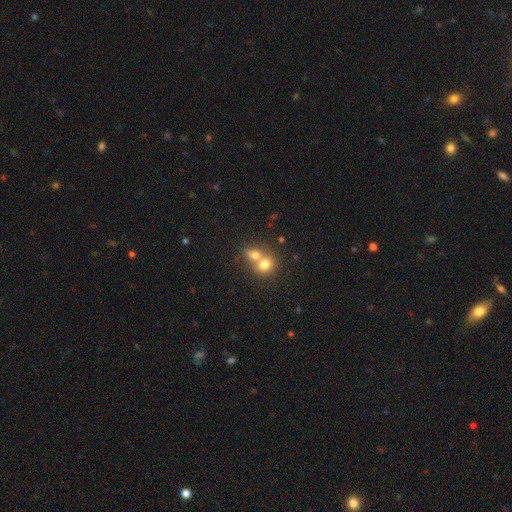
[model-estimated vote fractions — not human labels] This appears to be a smooth galaxy with no disk features (67%) that is round (63%). Merging: merger (66%).